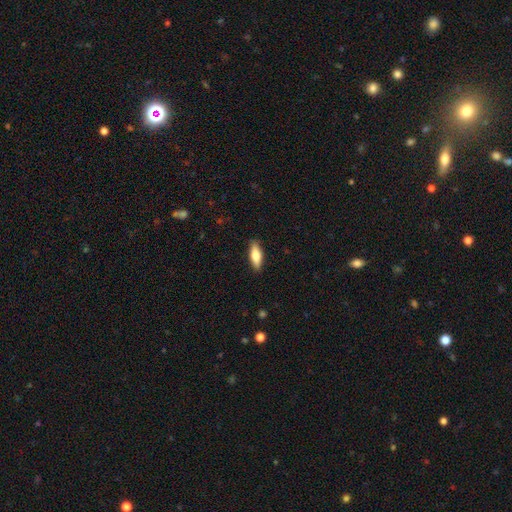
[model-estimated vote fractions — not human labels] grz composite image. It shows a smooth galaxy with no disk features (70%) that is in between round and cigar-shaped (60%). Merging: none (88%).